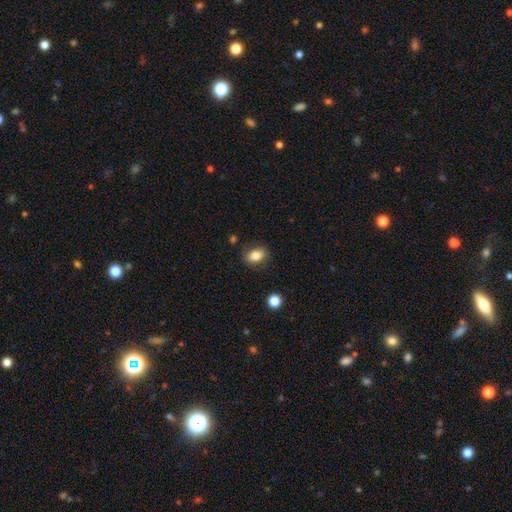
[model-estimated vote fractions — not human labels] This appears to be a smooth galaxy with no disk features (83%) that is in between round and cigar-shaped (72%). Merging: none (84%).